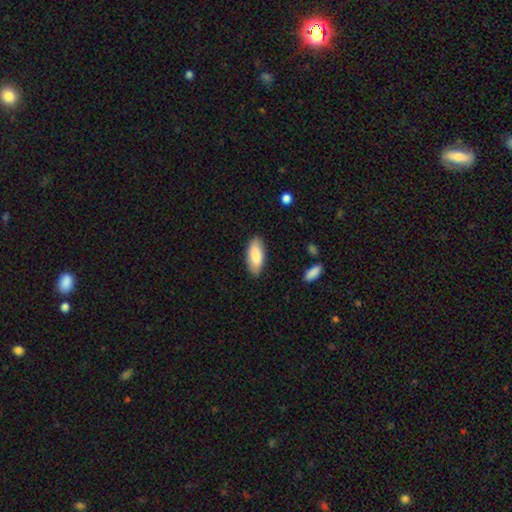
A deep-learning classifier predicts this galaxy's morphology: This is clearly a smooth galaxy (85%). How rounded: clearly in between (84%). Merging: clearly none (86%).